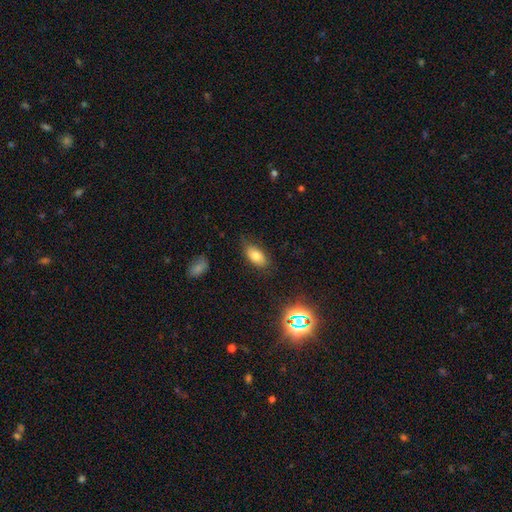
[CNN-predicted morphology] Smooth or featured?
  - smooth: 78% *
  - featured or disk: 11%
  - star or artifact: 11%
How rounded?
  - in between: 91% *
  - cigar-shaped: 4%
  - round: 4%
Merging?
  - none: 76% *
  - minor disturbance: 18%
  - major disturbance: 4%
  - merger: 2%